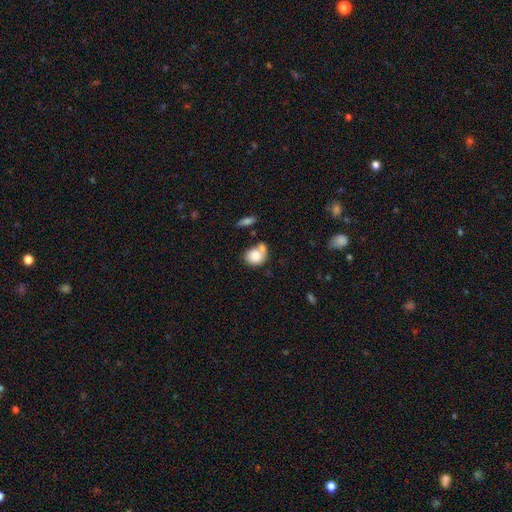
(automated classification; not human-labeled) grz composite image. It shows a smooth galaxy with no disk features (80%) that is round (65%). Merging: none (39%).